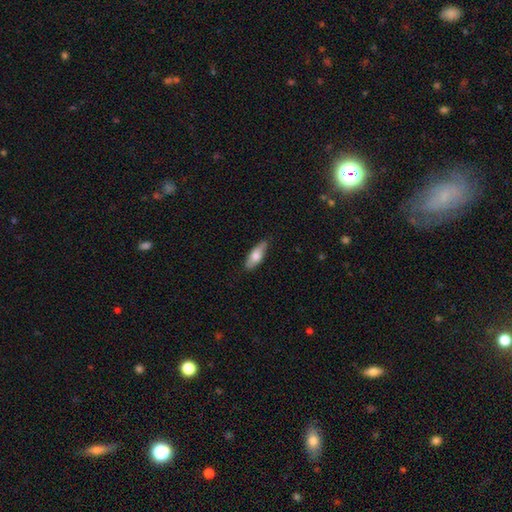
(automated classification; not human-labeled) smooth 71%, featured or disk 24%, star or artifact 6%. Down the decision tree: how rounded — in between (63%); merging — none (80%).